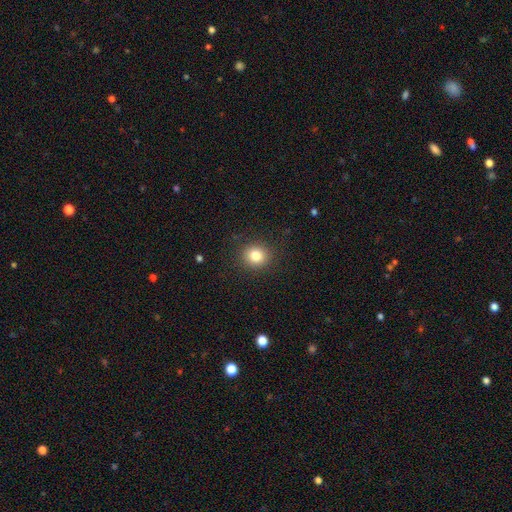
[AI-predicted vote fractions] Smooth or featured? smooth (81%)
How rounded? round (85%)
Merging? none (89%)